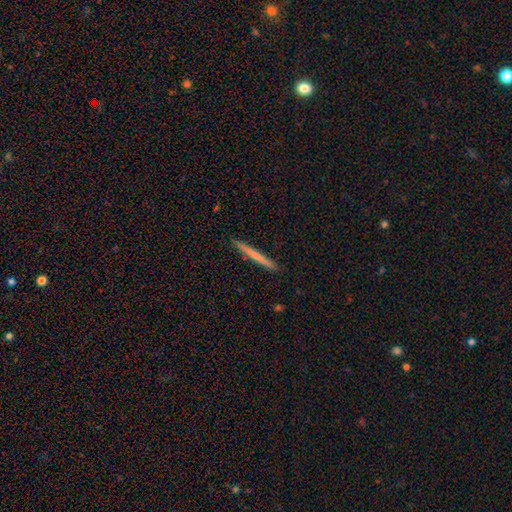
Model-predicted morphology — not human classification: This is likely a smooth galaxy (61%). How rounded: clearly cigar-shaped (97%). Merging: clearly none (92%).